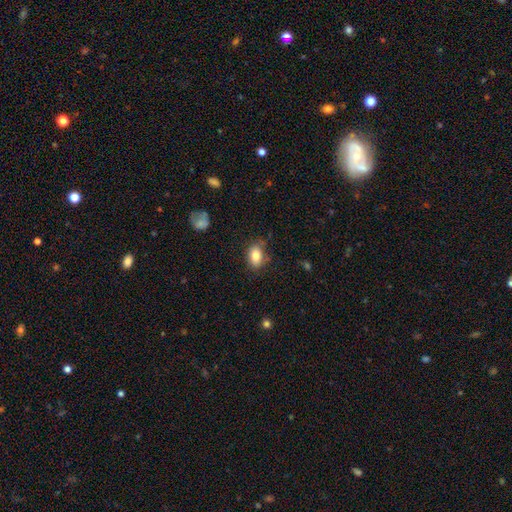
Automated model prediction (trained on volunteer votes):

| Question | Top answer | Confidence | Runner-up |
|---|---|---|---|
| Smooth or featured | smooth | 82% | featured or disk (9%) |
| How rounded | in between | 86% | round (13%) |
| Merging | none | 75% | minor disturbance (18%) |